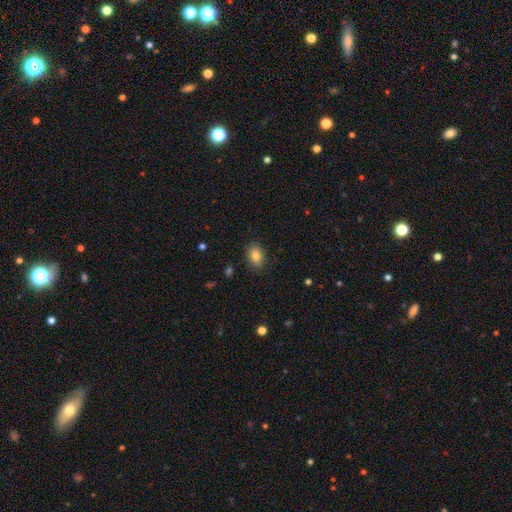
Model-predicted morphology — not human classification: This appears to be a smooth galaxy with no disk features (82%) that is in between round and cigar-shaped (78%). Merging: none (85%).